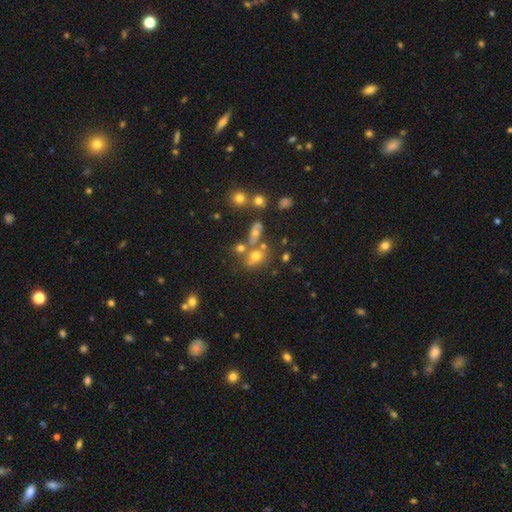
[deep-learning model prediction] Smooth or featured: smooth — 59% (star or artifact — 22%)
How rounded: in between — 52% (round — 44%)
Merging: none — 45% (merger — 34%)